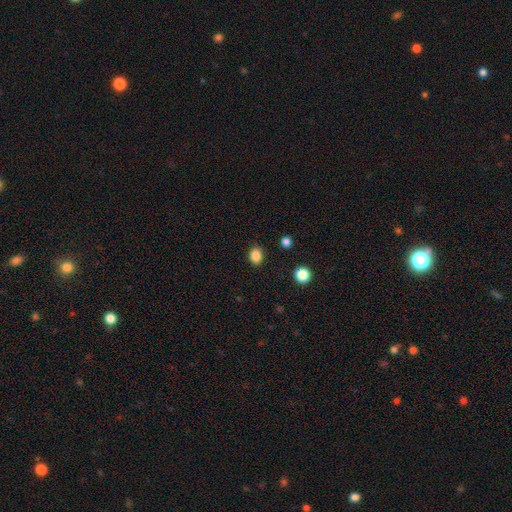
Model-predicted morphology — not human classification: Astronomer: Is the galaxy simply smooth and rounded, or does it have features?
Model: smooth — 86%.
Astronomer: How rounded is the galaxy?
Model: round — 50% (runner-up: in between, 49%).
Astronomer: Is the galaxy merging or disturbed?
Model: none — 88%.